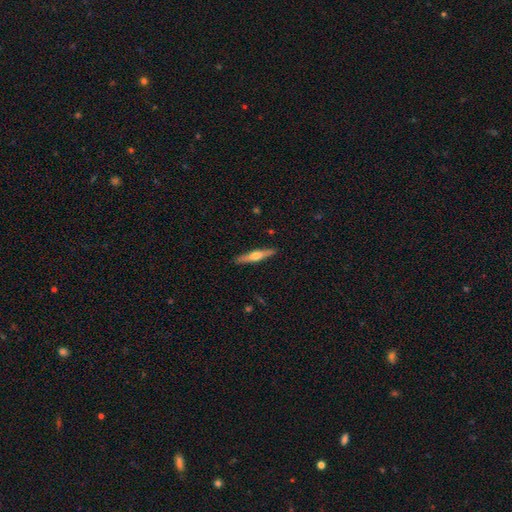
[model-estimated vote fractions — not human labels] Smooth or featured? Predicted: featured or disk (p=0.57). Edge-on disk? Predicted: yes (p=0.95). Edge-on bulge? Predicted: rounded (p=0.92). Merging? Predicted: none (p=0.90).